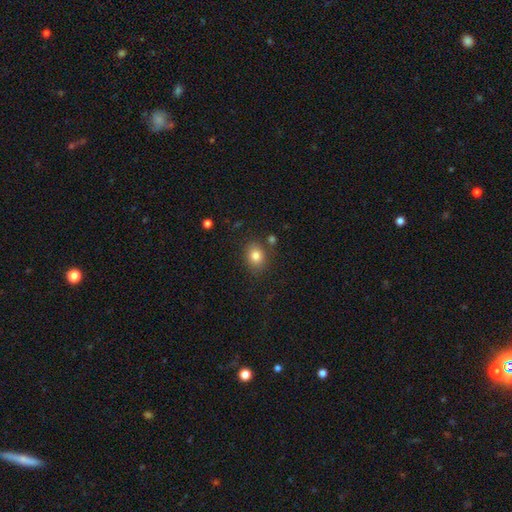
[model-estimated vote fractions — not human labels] A smooth galaxy with no disk features (81%) that is round (53%). Merging: none (81%).